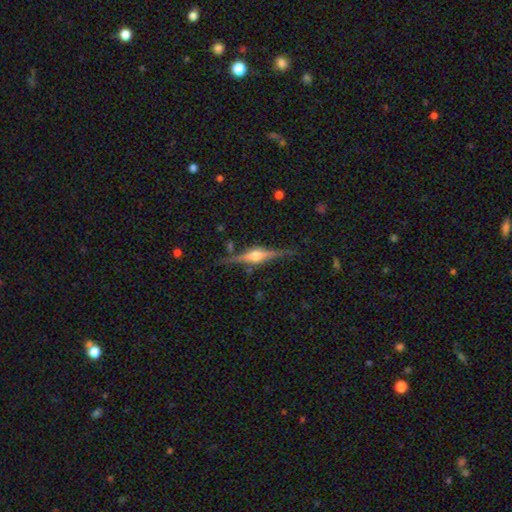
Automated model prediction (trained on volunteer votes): This appears to be a featured or disk galaxy (83%) viewed edge-on (98%) with a rounded central bulge (91%). Merging: none (85%).